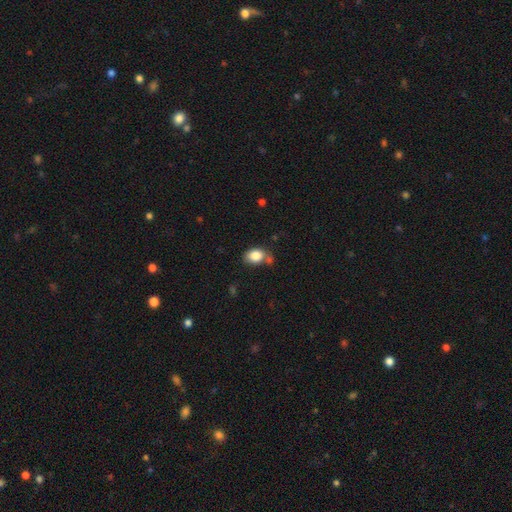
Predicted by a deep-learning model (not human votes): Smooth or featured? Predicted: smooth (p=0.84). How rounded? Predicted: in between (p=0.72). Merging? Predicted: none (p=0.57).